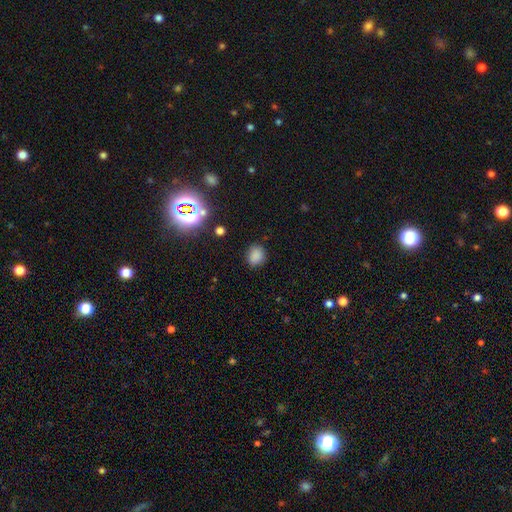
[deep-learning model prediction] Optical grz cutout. It shows a smooth galaxy with no disk features (81%) that is round (66%). Merging: none (82%).